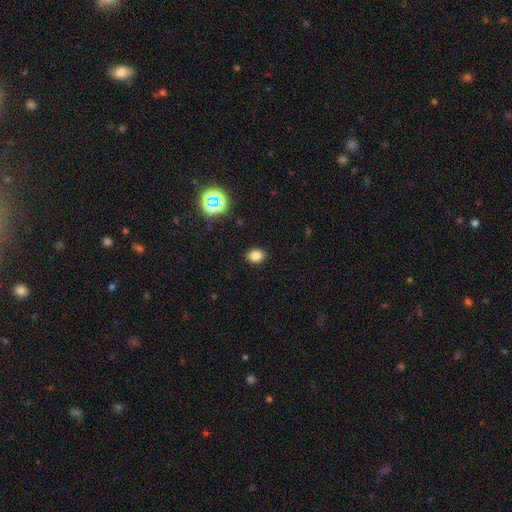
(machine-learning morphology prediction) smooth_or_featured: smooth (p=0.81) [alt: star or artifact p=0.14]
how_rounded: in between (p=0.61) [alt: round p=0.38]
merging: none (p=0.89) [alt: minor disturbance p=0.07]